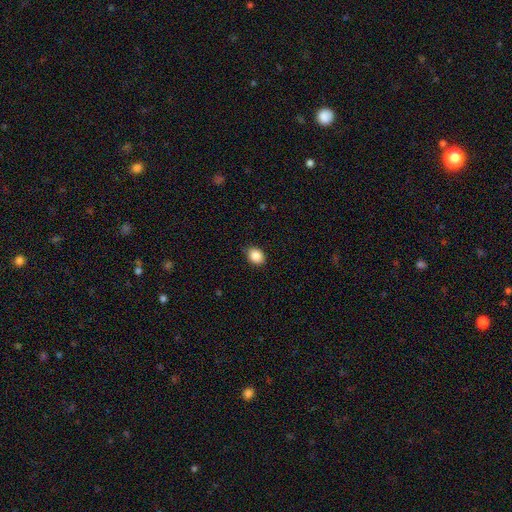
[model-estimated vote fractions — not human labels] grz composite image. It shows a smooth galaxy with no disk features (88%) that is in between round and cigar-shaped (54%). Merging: none (84%).